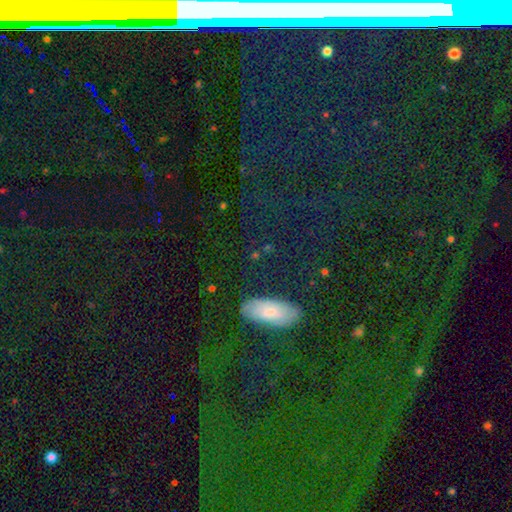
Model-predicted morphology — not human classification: Q: Smooth or featured?
A: smooth (53%); runner-up: star or artifact (27%)
Q: How rounded?
A: in between (67%); runner-up: cigar-shaped (22%)
Q: Merging?
A: none (81%); runner-up: minor disturbance (12%)